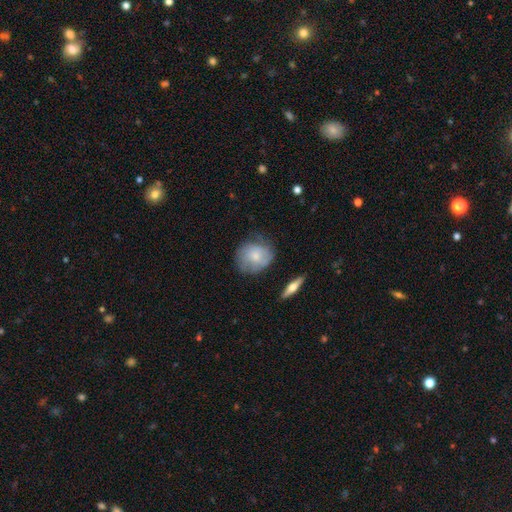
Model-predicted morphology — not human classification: type=smooth (64%); roundness=round (71%); merging=none (59%).